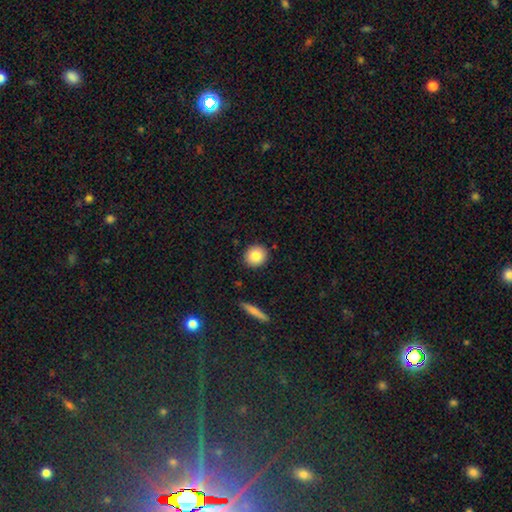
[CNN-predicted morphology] smooth_or_featured: smooth (p=0.82) [alt: featured or disk p=0.09]
how_rounded: round (p=0.87) [alt: in between p=0.11]
merging: none (p=0.90) [alt: minor disturbance p=0.06]